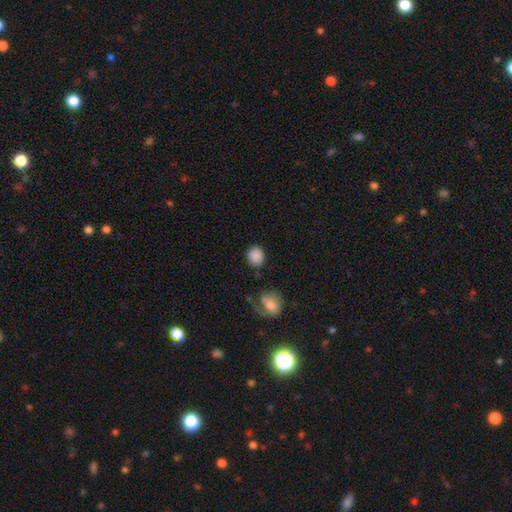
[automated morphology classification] A smooth galaxy with no disk features (86%) that is round (78%).

Vote fractions:
- Smooth or featured? smooth: 86% / star or artifact: 8% / featured or disk: 6%
- How rounded? round: 78% / in between: 21% / cigar-shaped: 1%
- Merging? none: 78% / minor disturbance: 12% / merger: 6% / major disturbance: 5%